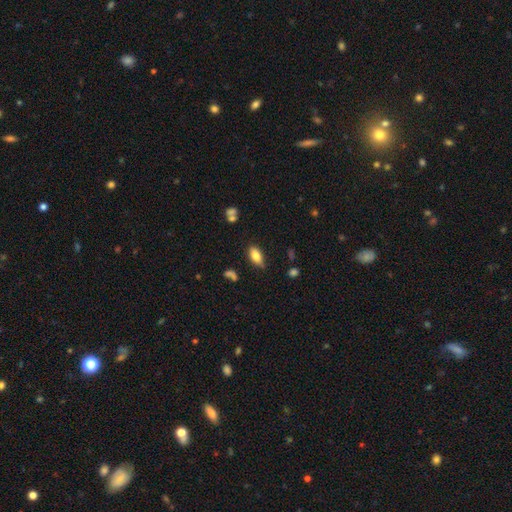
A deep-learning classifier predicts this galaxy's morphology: type=smooth (81%); roundness=in between (90%); merging=none (76%).